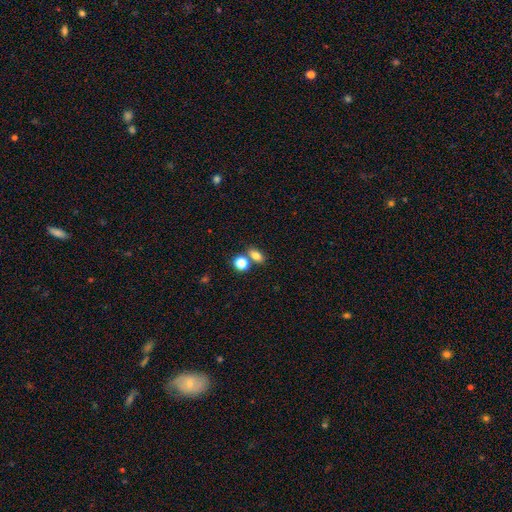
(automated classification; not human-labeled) A smooth galaxy with no disk features (80%) that is in between round and cigar-shaped (74%).

Vote fractions:
- Smooth or featured? smooth: 80% / star or artifact: 12% / featured or disk: 8%
- How rounded? in between: 74% / round: 24% / cigar-shaped: 3%
- Merging? none: 60% / merger: 27% / minor disturbance: 10% / major disturbance: 3%